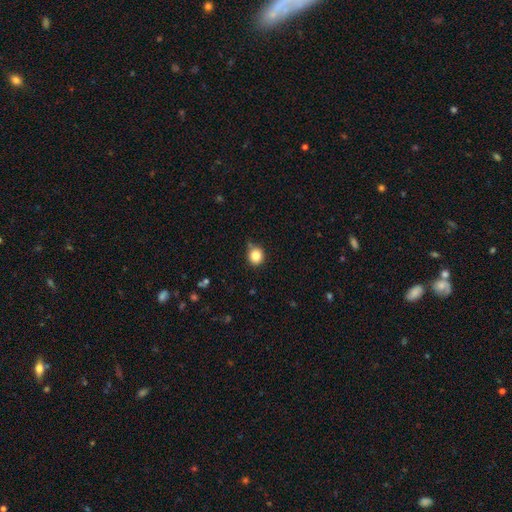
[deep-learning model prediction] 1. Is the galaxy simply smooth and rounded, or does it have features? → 83% smooth, 11% star or artifact, 6% featured or disk.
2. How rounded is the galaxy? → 82% round, 18% in between, 1% cigar-shaped.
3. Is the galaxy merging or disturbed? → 70% none, 23% minor disturbance, 4% major disturbance, 3% merger.